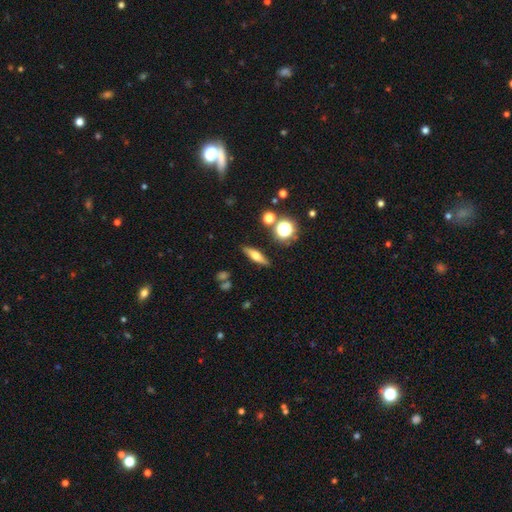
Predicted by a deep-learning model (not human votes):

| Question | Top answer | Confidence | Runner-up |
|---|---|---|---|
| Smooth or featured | smooth | 46% | featured or disk (43%) |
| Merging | none | 85% | minor disturbance (10%) |